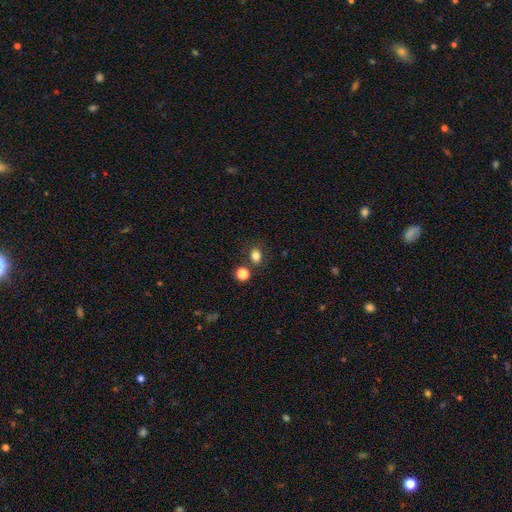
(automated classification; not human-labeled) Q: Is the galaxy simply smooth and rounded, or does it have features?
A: smooth — 80%.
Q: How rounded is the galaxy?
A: round — 52%.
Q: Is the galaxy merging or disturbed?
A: none — 75%.